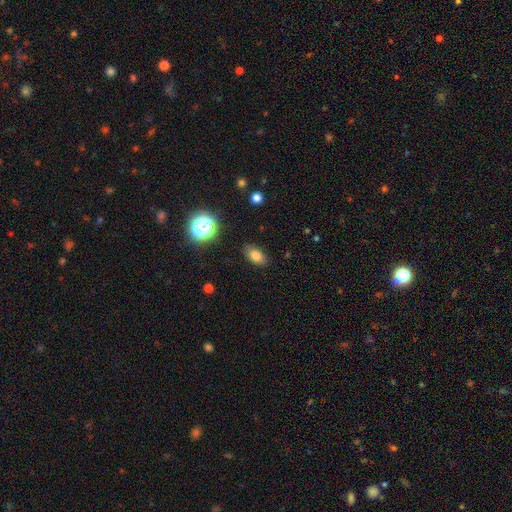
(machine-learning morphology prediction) Smooth or featured?
  - smooth: 79% *
  - star or artifact: 12%
  - featured or disk: 10%
How rounded?
  - in between: 86% *
  - round: 12%
  - cigar-shaped: 2%
Merging?
  - none: 86% *
  - minor disturbance: 10%
  - major disturbance: 3%
  - merger: 1%